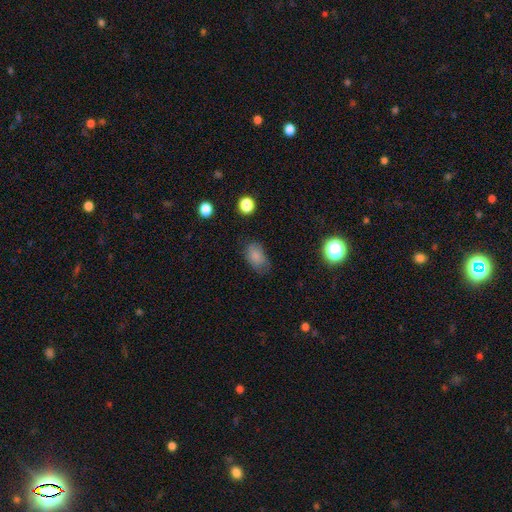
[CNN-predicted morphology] The model was most divided on "merging": none: 63%, minor disturbance: 27%, major disturbance: 9%, merger: 2%. More confident: how rounded — in between (87%); smooth or featured — smooth (80%).